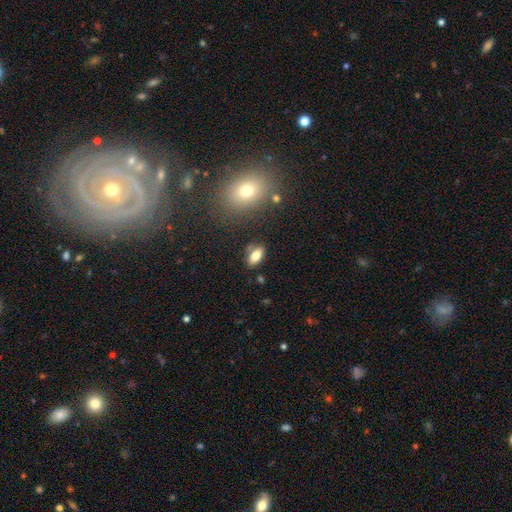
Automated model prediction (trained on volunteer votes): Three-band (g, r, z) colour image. It shows a smooth galaxy with no disk features (78%) that is in between round and cigar-shaped (88%). Merging: none (80%).